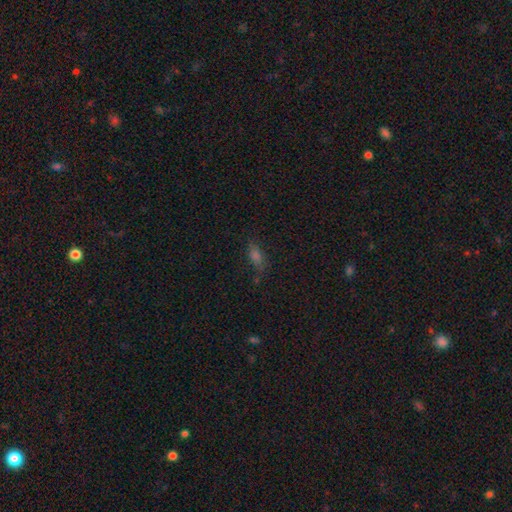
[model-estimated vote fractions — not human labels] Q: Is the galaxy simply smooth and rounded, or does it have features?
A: smooth — 58%.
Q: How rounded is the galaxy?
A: in between — 68%.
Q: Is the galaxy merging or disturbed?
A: none — 70%.